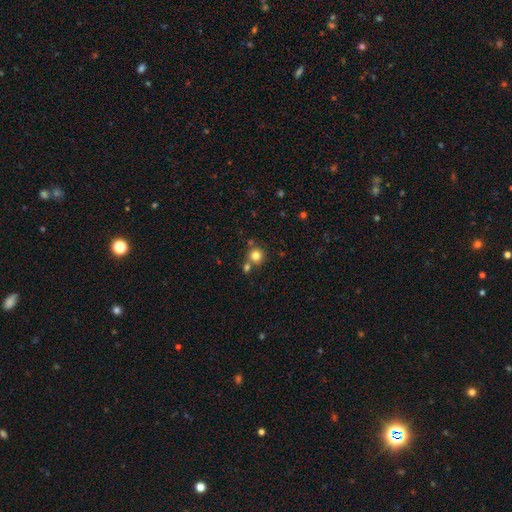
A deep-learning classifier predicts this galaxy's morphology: The model was most divided on "merging": none: 64%, merger: 25%, minor disturbance: 8%, major disturbance: 3%. More confident: how rounded — round (91%); smooth or featured — smooth (80%).